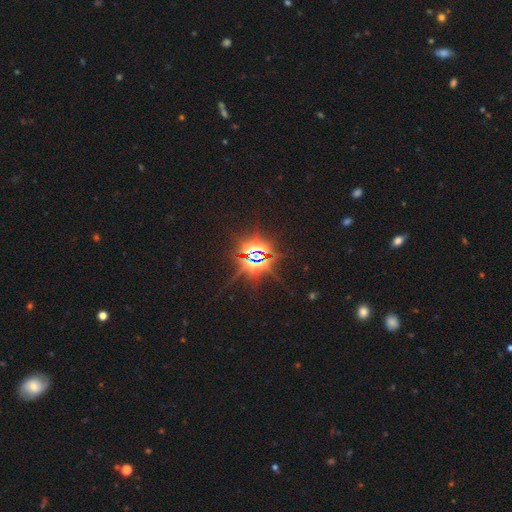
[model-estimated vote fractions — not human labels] This is clearly a star or artifact rather than a galaxy (86%).